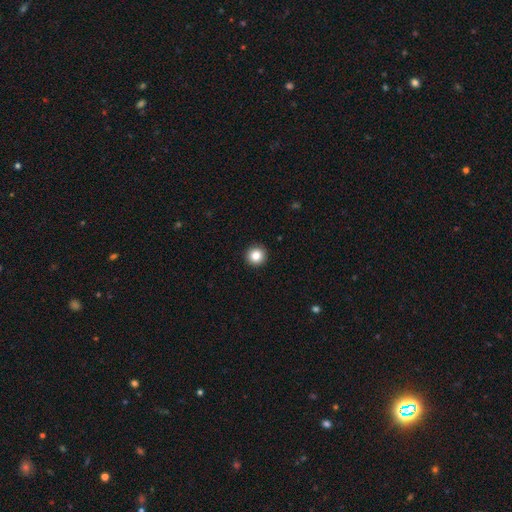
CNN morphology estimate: Smooth or featured? smooth (85%)
How rounded? round (95%)
Merging? none (94%)